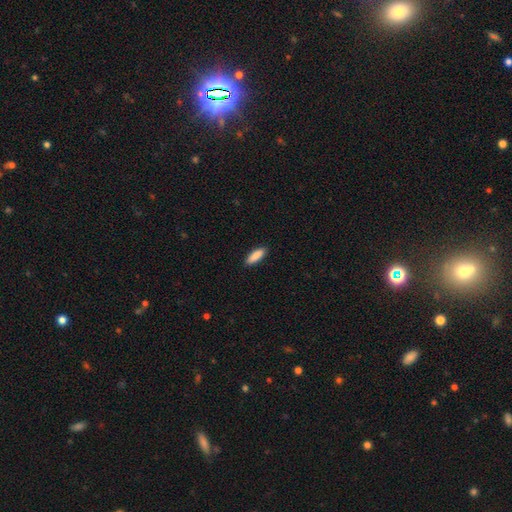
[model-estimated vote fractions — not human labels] The model was most divided on "how rounded": in between: 50%, cigar-shaped: 49%, round: 2%. More confident: merging — none (89%); smooth or featured — smooth (89%).